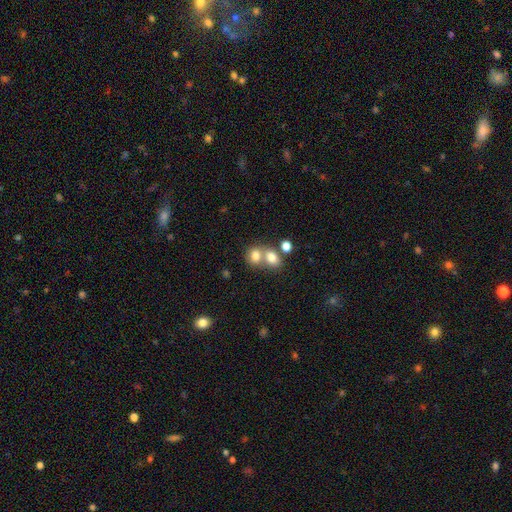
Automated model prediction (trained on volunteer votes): smooth 77%, featured or disk 13%, star or artifact 11%. Down the decision tree: how rounded — round (52%); merging — merger (60%).